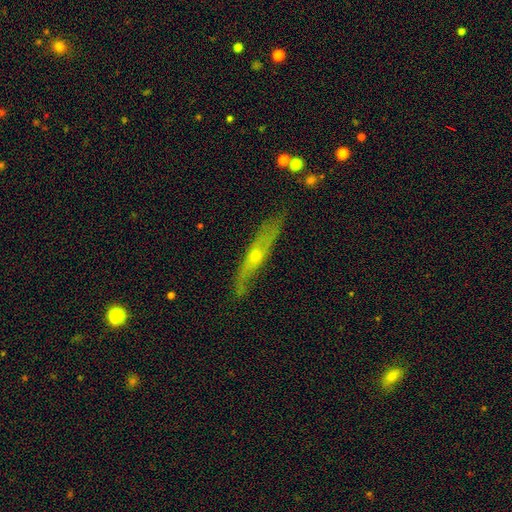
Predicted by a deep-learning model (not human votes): This is likely a featured or disk galaxy (68%). It is clearly viewed edge-on (81%). Edge-on bulge: clearly rounded (81%). Merging: likely none (77%).